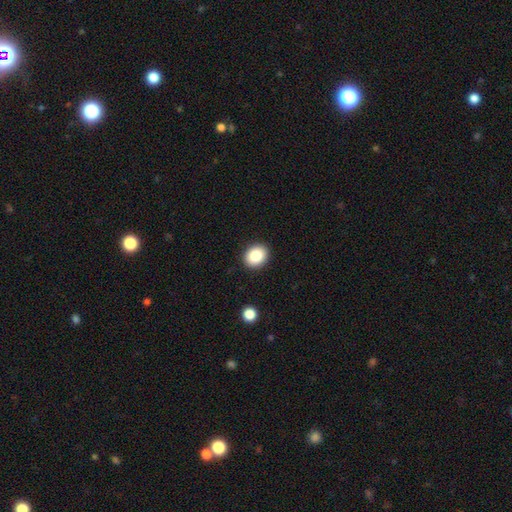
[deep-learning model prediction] Smooth or featured?
  - smooth: 86% *
  - star or artifact: 9%
  - featured or disk: 6%
How rounded?
  - in between: 52% *
  - round: 47%
  - cigar-shaped: 1%
Merging?
  - none: 91% *
  - minor disturbance: 7%
  - major disturbance: 2%
  - merger: 1%